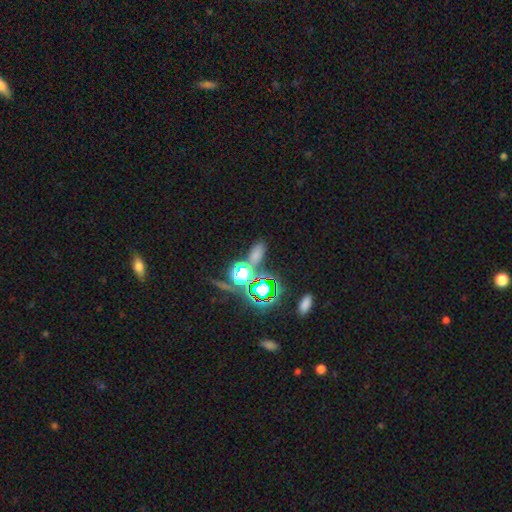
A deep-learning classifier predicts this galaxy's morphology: Smooth or featured? Predicted: smooth (p=0.53). How rounded? Predicted: in between (p=0.78). Merging? Predicted: none (p=0.66).